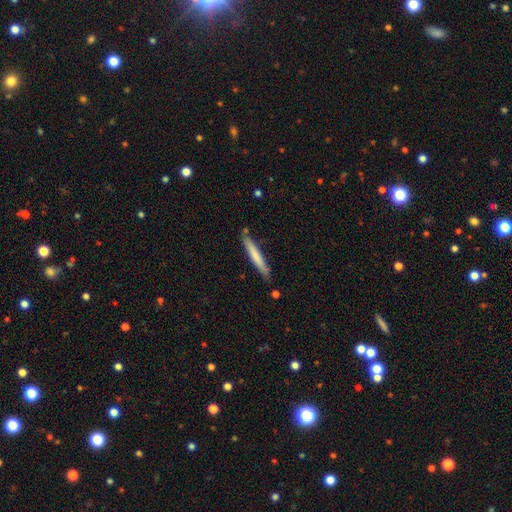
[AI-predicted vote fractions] smooth 69%, featured or disk 26%, star or artifact 5%. Down the decision tree: how rounded — cigar-shaped (95%); merging — none (84%).